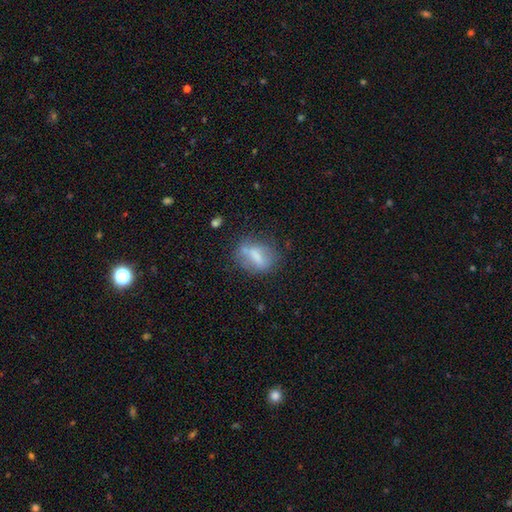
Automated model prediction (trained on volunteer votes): This appears to be a smooth galaxy with no disk features (57%) that is in between round and cigar-shaped (64%). Merging: none (54%).